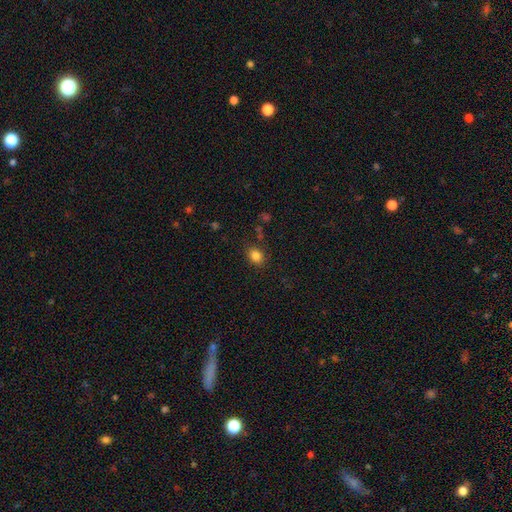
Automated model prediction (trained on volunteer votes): smooth_or_featured: smooth (p=0.83) [alt: star or artifact p=0.11]
how_rounded: round (p=0.55) [alt: in between p=0.44]
merging: none (p=0.83) [alt: minor disturbance p=0.11]